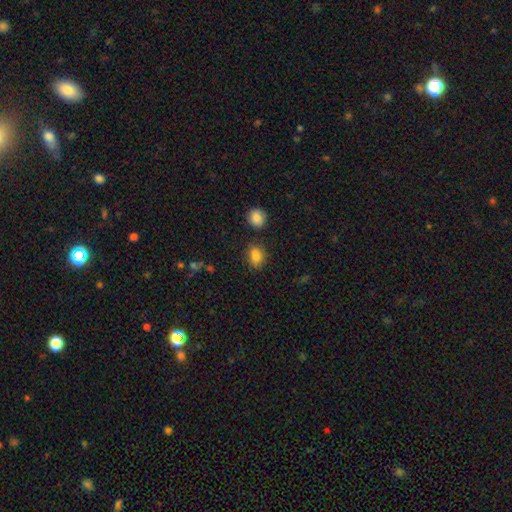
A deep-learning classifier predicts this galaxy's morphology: smooth_or_featured: smooth (p=0.83) [alt: star or artifact p=0.11]
how_rounded: in between (p=0.70) [alt: round p=0.28]
merging: none (p=0.72) [alt: minor disturbance p=0.15]